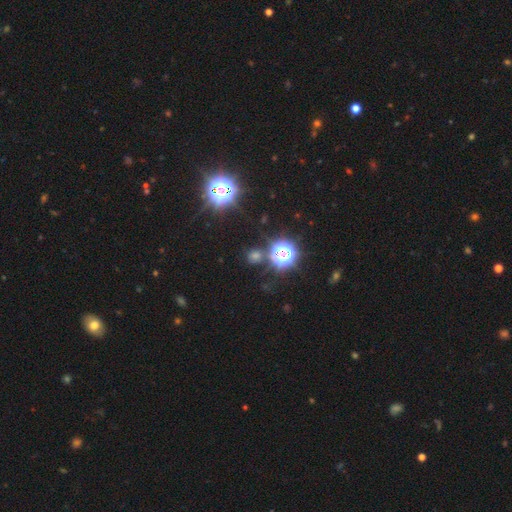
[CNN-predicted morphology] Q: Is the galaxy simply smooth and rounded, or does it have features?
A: star or artifact — 55%.